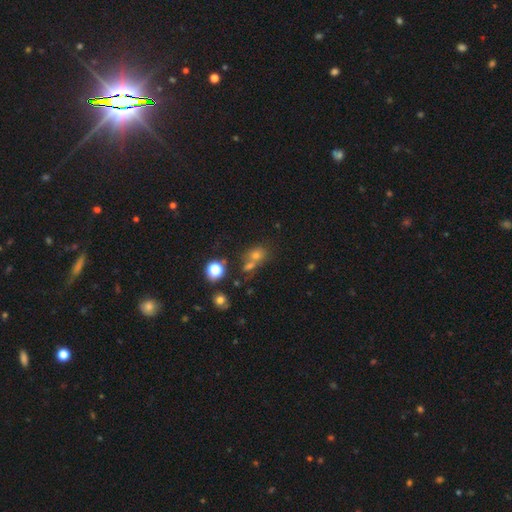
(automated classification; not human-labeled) Smooth or featured: smooth — 61% (star or artifact — 26%)
How rounded: round — 67% (in between — 31%)
Merging: none — 45% (merger — 40%)